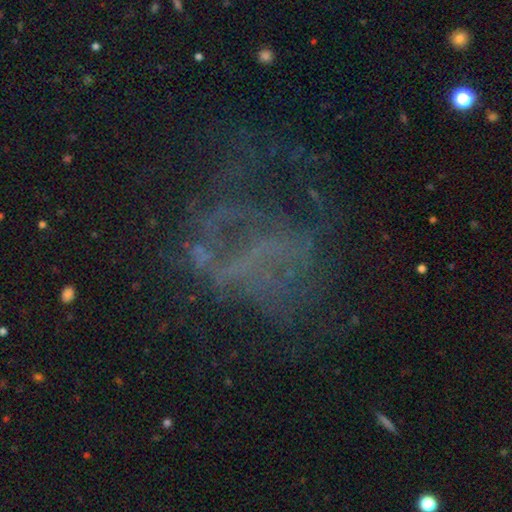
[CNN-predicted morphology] Smooth or featured: featured or disk — 54% (star or artifact — 29%)
Edge-on disk: no — 97% (yes — 3%)
Bar: no — 76% (weak — 16%)
Spiral arms: no — 80% (yes — 20%)
Bulge size: none — 79% (small — 13%)
Merging: none — 41% (tied with major disturbance — 41%)